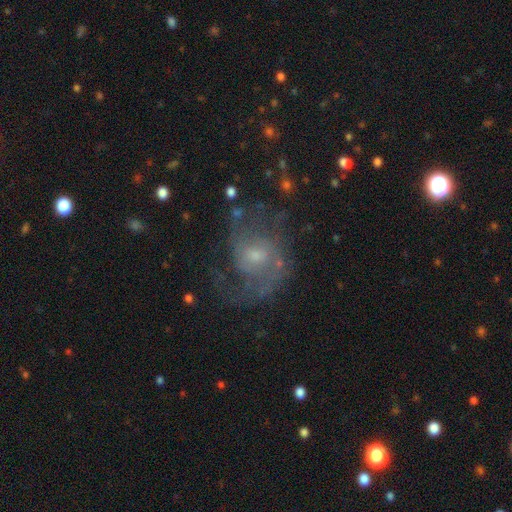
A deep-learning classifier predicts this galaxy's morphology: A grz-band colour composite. It shows a featured or disk galaxy (77%) with no bar (57%), 2 (62%) medium (48%) spiral arms (88%) and a small central bulge (51%). Merging: none (56%).